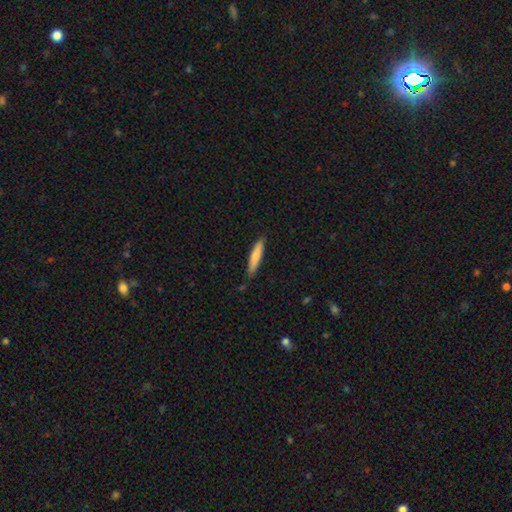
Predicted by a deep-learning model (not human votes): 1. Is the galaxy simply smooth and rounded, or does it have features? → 77% smooth, 18% featured or disk, 5% star or artifact.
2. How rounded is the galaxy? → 86% cigar-shaped, 13% in between, 1% round.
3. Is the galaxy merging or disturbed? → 84% none, 12% minor disturbance, 2% major disturbance, 2% merger.